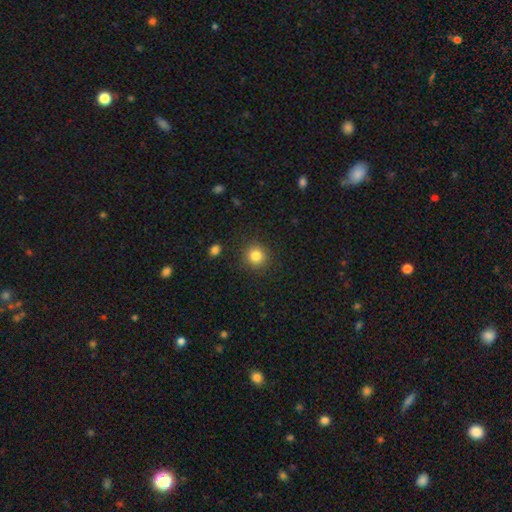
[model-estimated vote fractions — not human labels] smooth-or-featured: smooth: 83% | star or artifact: 11% | featured or disk: 6%
  how-rounded: round: 92% | in between: 7% | cigar-shaped: 1%
  merging: none: 90% | minor disturbance: 6% | major disturbance: 2% | merger: 1%